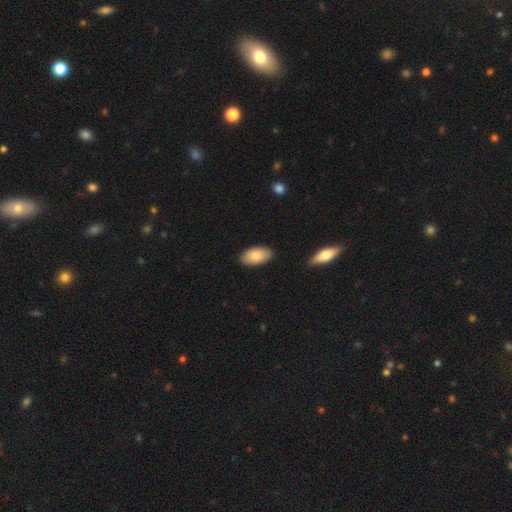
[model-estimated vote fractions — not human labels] Q: Smooth or featured?
A: smooth (82%); runner-up: featured or disk (12%)
Q: How rounded?
A: in between (95%); runner-up: round (2%)
Q: Merging?
A: none (87%); runner-up: minor disturbance (10%)